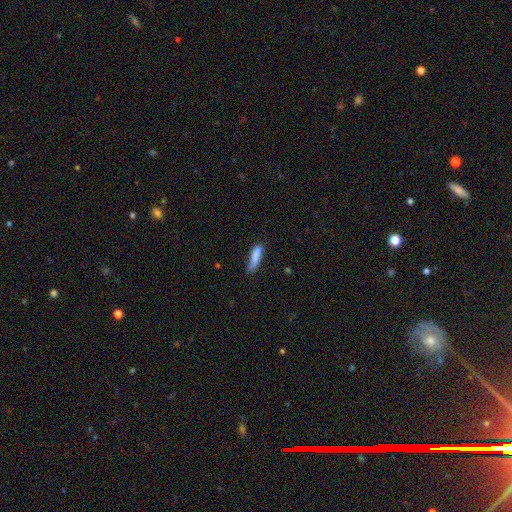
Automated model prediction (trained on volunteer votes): A smooth galaxy with no disk features (83%) that is cigar-shaped (72%).

Vote fractions:
- Smooth or featured? smooth: 83% / featured or disk: 10% / star or artifact: 7%
- How rounded? cigar-shaped: 72% / in between: 26% / round: 2%
- Merging? none: 61% / minor disturbance: 28% / major disturbance: 7% / merger: 4%